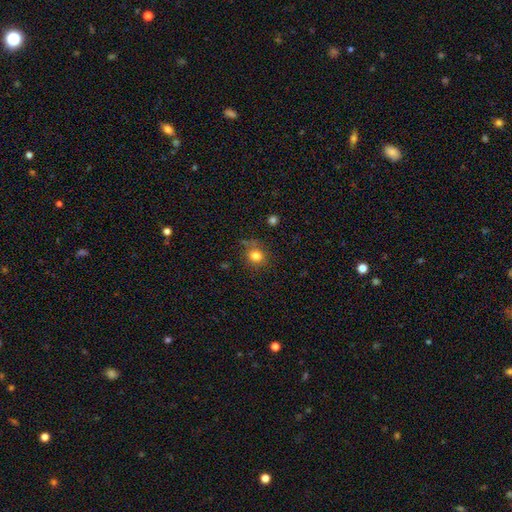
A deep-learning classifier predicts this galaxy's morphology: This is clearly a smooth galaxy (81%). How rounded: likely round (76%). Merging: likely none (72%).